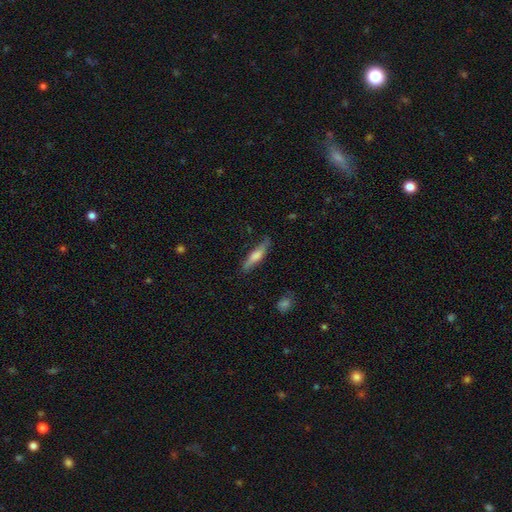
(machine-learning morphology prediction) type=smooth (52%); roundness=cigar-shaped (79%); merging=none (75%).